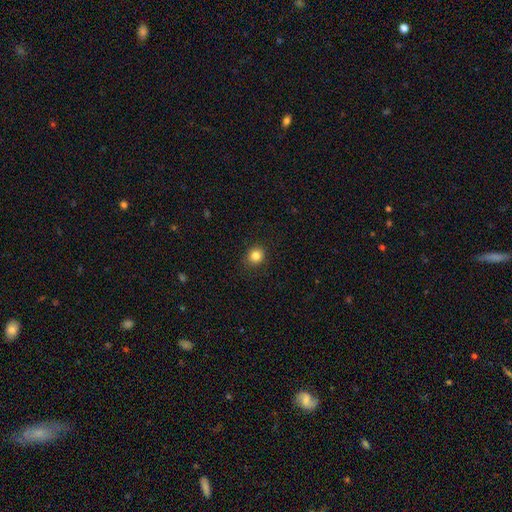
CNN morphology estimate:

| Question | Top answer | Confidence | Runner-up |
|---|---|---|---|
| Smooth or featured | smooth | 84% | star or artifact (11%) |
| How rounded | round | 78% | in between (21%) |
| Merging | none | 90% | minor disturbance (7%) |